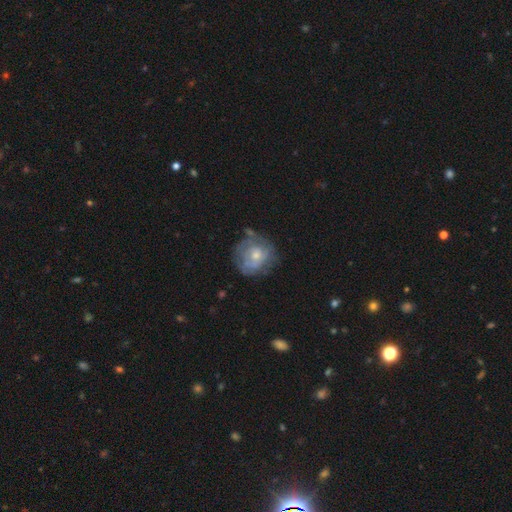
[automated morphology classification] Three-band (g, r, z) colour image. It shows a featured or disk galaxy (57%) with no bar (82%), spiral arms (53%) and a moderate central bulge (51%). Merging: none (56%).